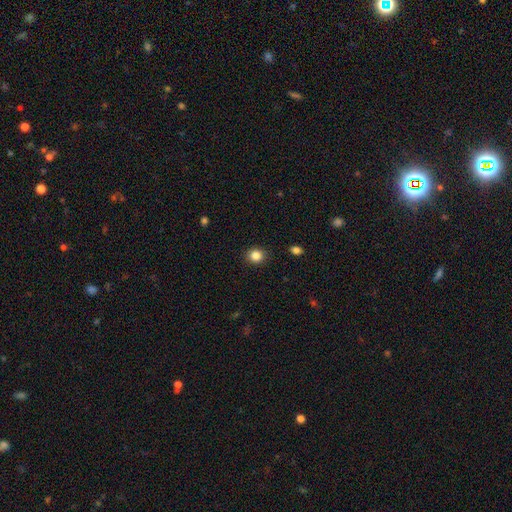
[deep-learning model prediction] Smooth or featured: smooth — 85% (star or artifact — 11%)
How rounded: round — 79% (in between — 20%)
Merging: none — 90% (minor disturbance — 7%)